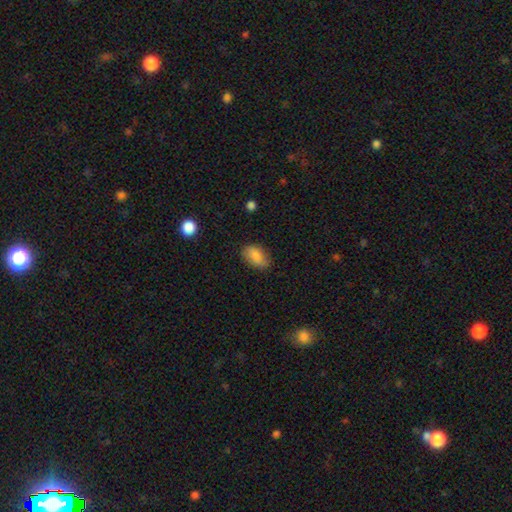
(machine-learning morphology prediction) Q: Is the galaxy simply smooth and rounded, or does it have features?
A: smooth — 84%.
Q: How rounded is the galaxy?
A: in between — 90%.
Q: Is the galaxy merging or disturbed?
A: none — 76%.